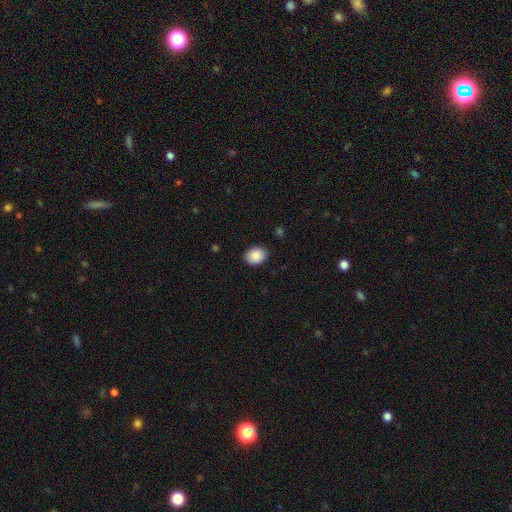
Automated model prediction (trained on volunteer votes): This is clearly a smooth galaxy (89%). How rounded: possibly in between (59%). Merging: clearly none (89%).